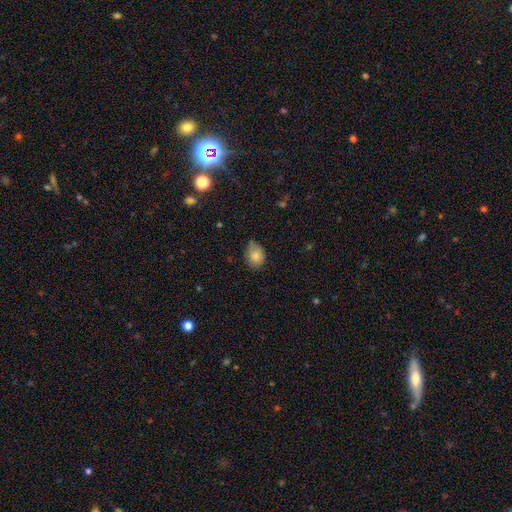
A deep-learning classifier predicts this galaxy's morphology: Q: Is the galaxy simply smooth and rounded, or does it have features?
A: smooth — 80%.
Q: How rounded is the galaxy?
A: in between — 53%.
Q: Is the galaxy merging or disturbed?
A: none — 63%.